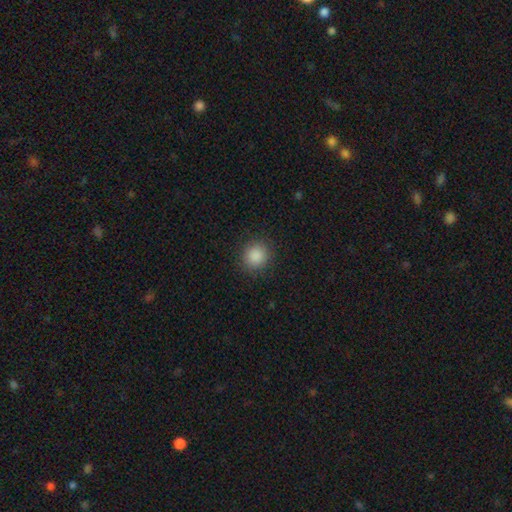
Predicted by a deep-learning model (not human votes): Overall: smooth (88%). How rounded: round (89%). Merging: none (89%).